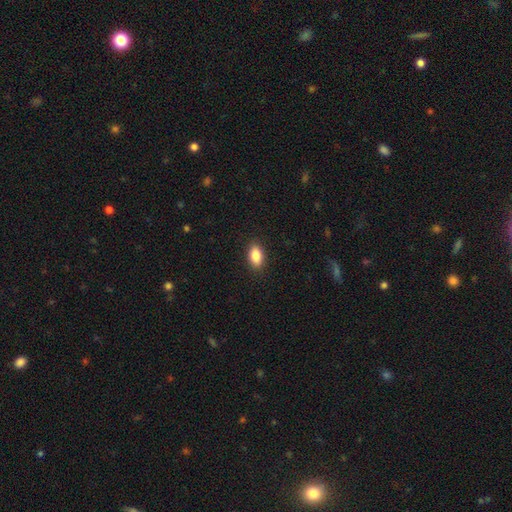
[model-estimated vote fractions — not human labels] Smooth or featured?
  - smooth: 86% *
  - star or artifact: 8%
  - featured or disk: 7%
How rounded?
  - in between: 89% *
  - round: 7%
  - cigar-shaped: 4%
Merging?
  - none: 89% *
  - minor disturbance: 8%
  - major disturbance: 2%
  - merger: 1%